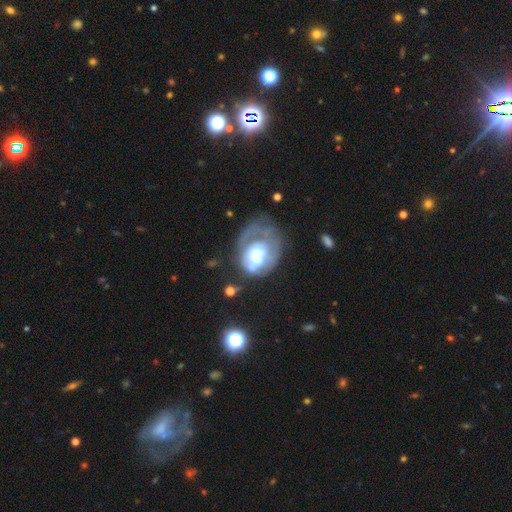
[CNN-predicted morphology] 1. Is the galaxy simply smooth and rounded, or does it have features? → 61% featured or disk, 31% smooth, 8% star or artifact.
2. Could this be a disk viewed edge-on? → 97% no, 3% yes.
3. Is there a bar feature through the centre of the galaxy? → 76% no, 19% weak, 5% strong.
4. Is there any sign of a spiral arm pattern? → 54% no, 46% yes.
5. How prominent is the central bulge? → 52% moderate, 23% large, 19% small, 3% dominant, 3% none.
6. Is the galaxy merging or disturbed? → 45% major disturbance, 25% none, 22% minor disturbance, 8% merger.